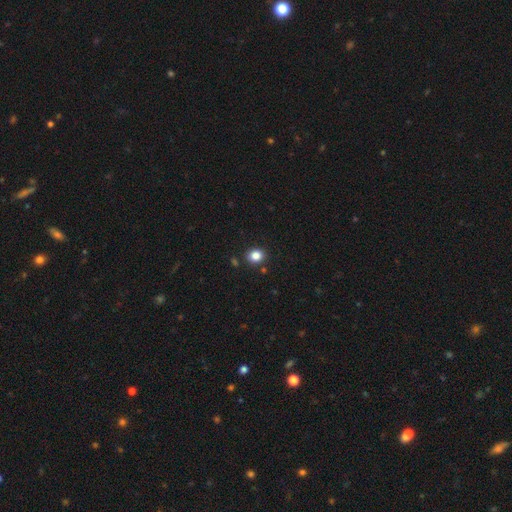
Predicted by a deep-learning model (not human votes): Smooth or featured?
  - smooth: 85% *
  - star or artifact: 11%
  - featured or disk: 4%
How rounded?
  - round: 67% *
  - in between: 32%
  - cigar-shaped: 1%
Merging?
  - none: 88% *
  - minor disturbance: 7%
  - merger: 3%
  - major disturbance: 2%